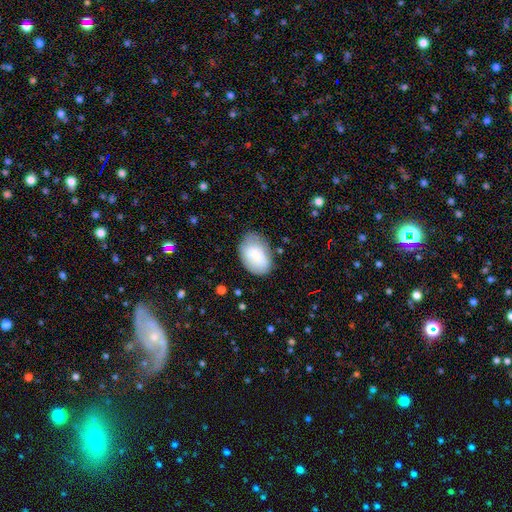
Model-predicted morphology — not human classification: type=smooth (70%); roundness=in between (85%); merging=none (68%).